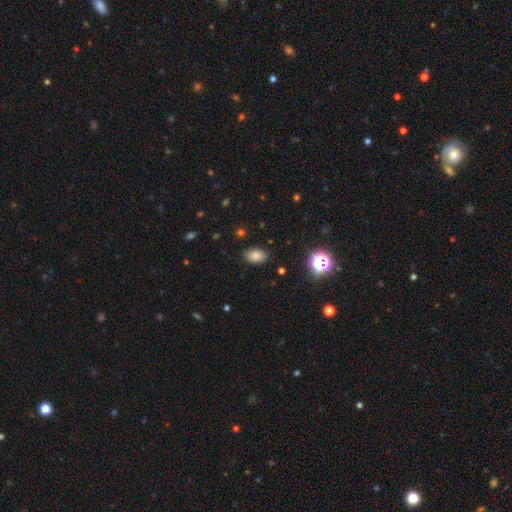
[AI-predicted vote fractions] Q: Smooth or featured?
A: smooth (77%); runner-up: star or artifact (14%)
Q: How rounded?
A: in between (87%); runner-up: round (12%)
Q: Merging?
A: none (87%); runner-up: minor disturbance (9%)